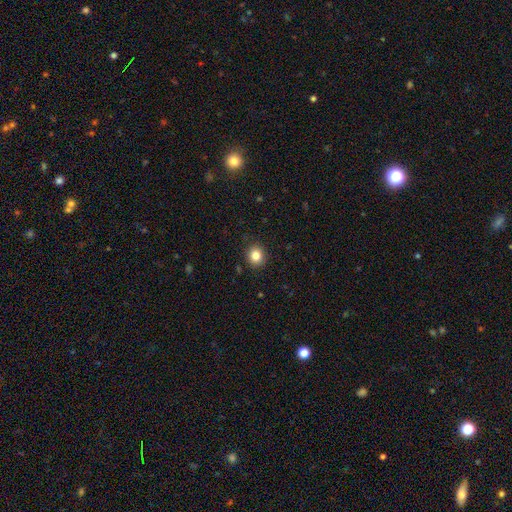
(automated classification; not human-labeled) A smooth galaxy with no disk features (84%) that is round (84%). Merging: none (91%).